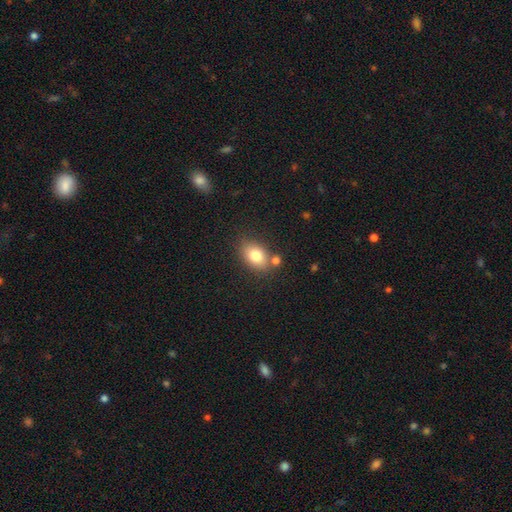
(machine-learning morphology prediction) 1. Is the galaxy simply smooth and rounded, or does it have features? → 79% smooth, 12% featured or disk, 9% star or artifact.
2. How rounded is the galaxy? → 77% in between, 21% round, 2% cigar-shaped.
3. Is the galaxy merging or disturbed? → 71% none, 13% minor disturbance, 12% merger, 4% major disturbance.